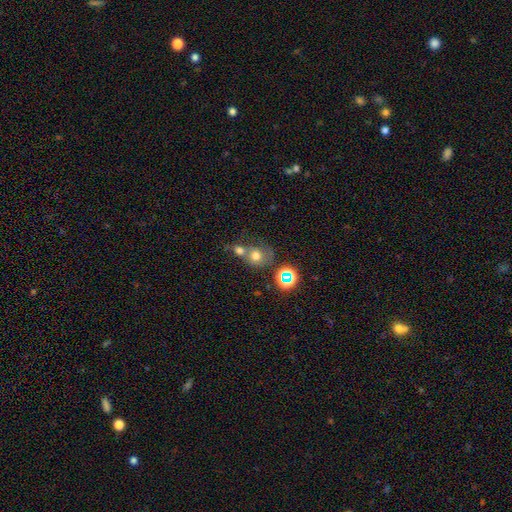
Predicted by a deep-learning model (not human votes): A smooth galaxy with no disk features (67%) that is round (76%). Merging: merger (52%).